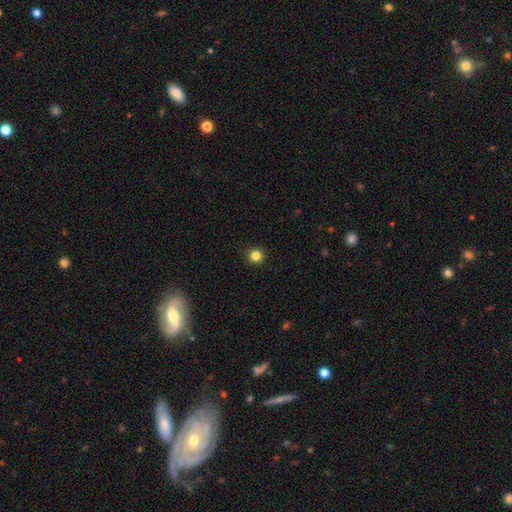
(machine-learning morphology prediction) A smooth galaxy with no disk features (83%) that is round (93%). Merging: none (92%).